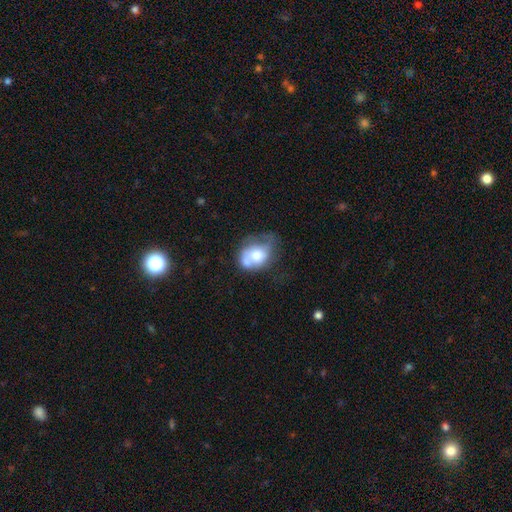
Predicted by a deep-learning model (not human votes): Morphology: type=smooth (56%); roundness=in between (58%); merging=merger (33%).